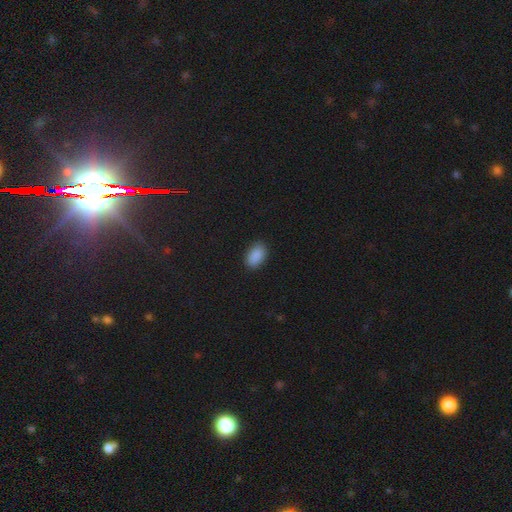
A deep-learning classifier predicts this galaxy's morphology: smooth-or-featured: smooth: 89% | star or artifact: 8% | featured or disk: 3%
  how-rounded: in between: 92% | round: 6% | cigar-shaped: 2%
  merging: none: 88% | minor disturbance: 9% | major disturbance: 2% | merger: 1%